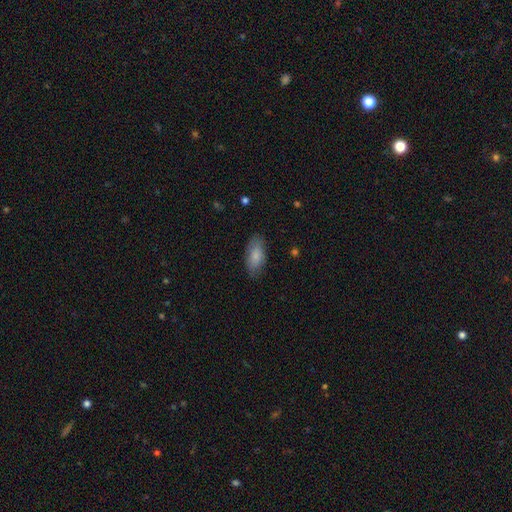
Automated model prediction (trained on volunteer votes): The model was most divided on "merging": none: 80%, minor disturbance: 15%, major disturbance: 3%, merger: 1%. More confident: how rounded — in between (87%); smooth or featured — smooth (82%).